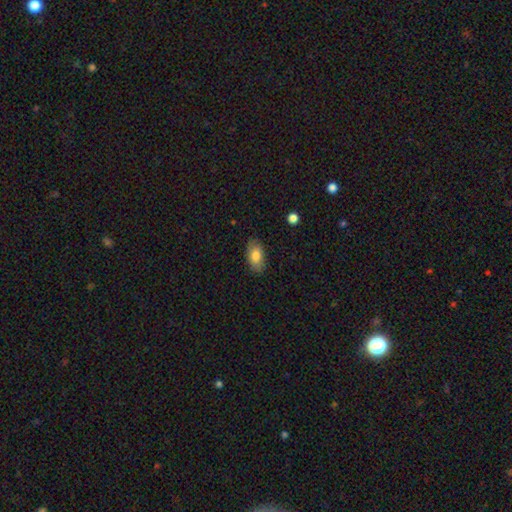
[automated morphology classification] This appears to be a smooth galaxy with no disk features (81%) that is in between round and cigar-shaped (92%). Merging: none (85%).